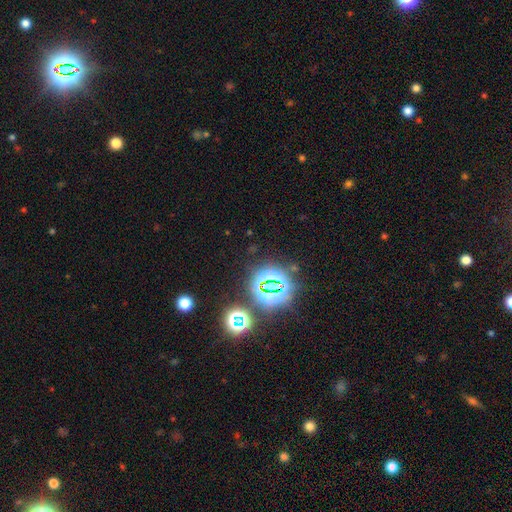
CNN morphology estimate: Smooth or featured? star or artifact (78%)